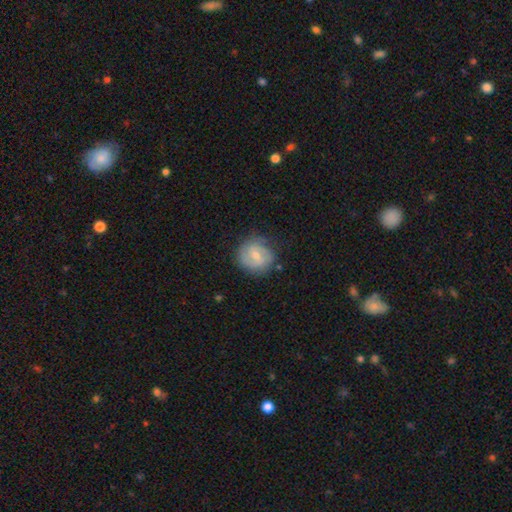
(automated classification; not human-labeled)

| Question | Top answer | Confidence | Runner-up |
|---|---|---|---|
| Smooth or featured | featured or disk | 63% | smooth (30%) |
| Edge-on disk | no | 98% | yes (2%) |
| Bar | weak | 57% | no (30%) |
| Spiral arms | yes | 86% | no (14%) |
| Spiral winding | medium | 45% | tight (38%) |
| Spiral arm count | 2 | 77% | can't tell (13%) |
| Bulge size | small | 51% | moderate (44%) |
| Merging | none | 77% | minor disturbance (16%) |